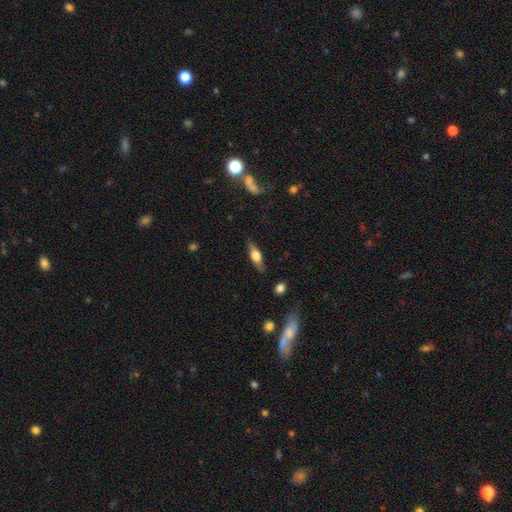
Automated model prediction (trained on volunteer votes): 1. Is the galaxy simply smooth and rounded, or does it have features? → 56% featured or disk, 38% smooth, 7% star or artifact.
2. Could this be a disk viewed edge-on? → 93% yes, 7% no.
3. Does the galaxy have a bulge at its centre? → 91% rounded, 7% boxy, 2% none.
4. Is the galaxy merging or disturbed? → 85% none, 11% minor disturbance, 3% major disturbance, 1% merger.